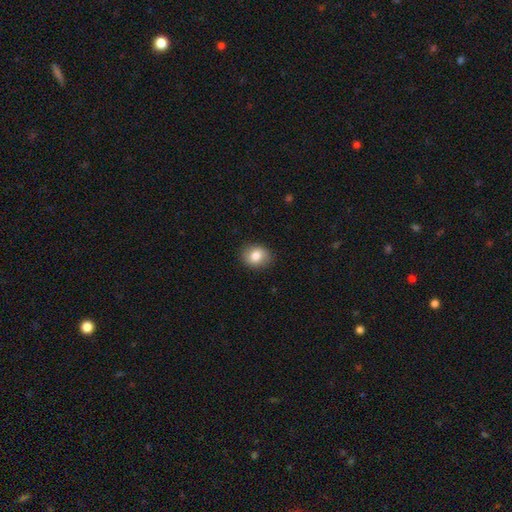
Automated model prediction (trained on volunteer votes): Smooth or featured?
  - smooth: 83% *
  - featured or disk: 9%
  - star or artifact: 8%
How rounded?
  - round: 57% *
  - in between: 42%
  - cigar-shaped: 1%
Merging?
  - none: 87% *
  - minor disturbance: 10%
  - major disturbance: 2%
  - merger: 1%